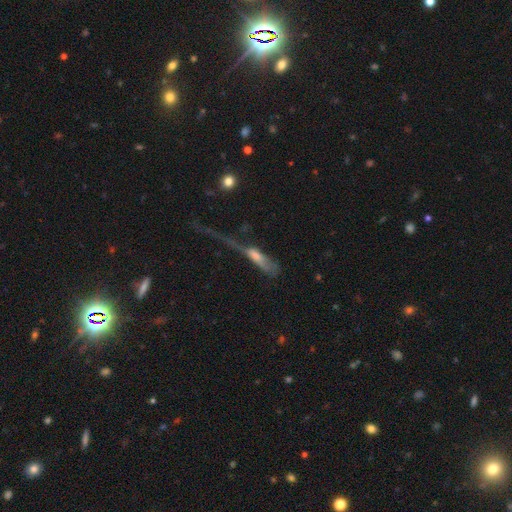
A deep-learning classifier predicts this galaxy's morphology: This appears to be a smooth galaxy with no disk features (46%). Merging: major disturbance (60%).